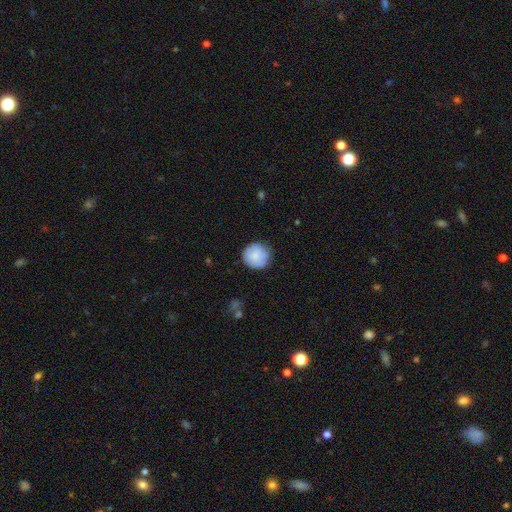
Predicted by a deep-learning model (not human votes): This appears to be a smooth galaxy with no disk features (84%) that is round (94%). Merging: none (84%).